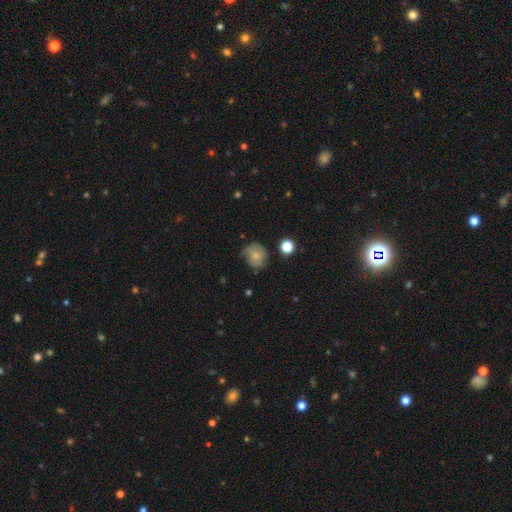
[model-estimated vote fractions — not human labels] Overall: smooth (70%). How rounded: round (73%). Merging: none (54%; minor disturbance 33%).